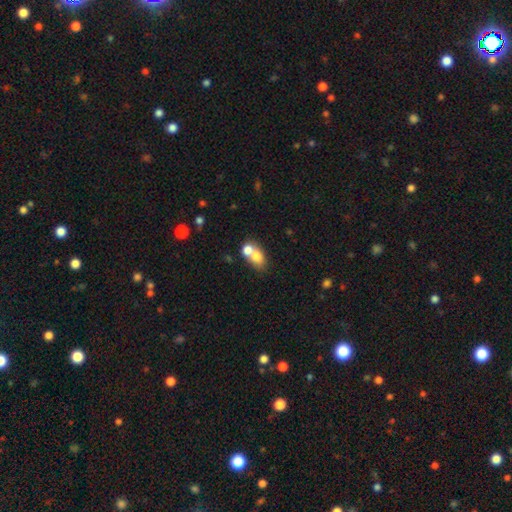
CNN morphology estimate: Overall: smooth (72%). How rounded: in between (63%; round 36%). Merging: merger (57%; none 31%).